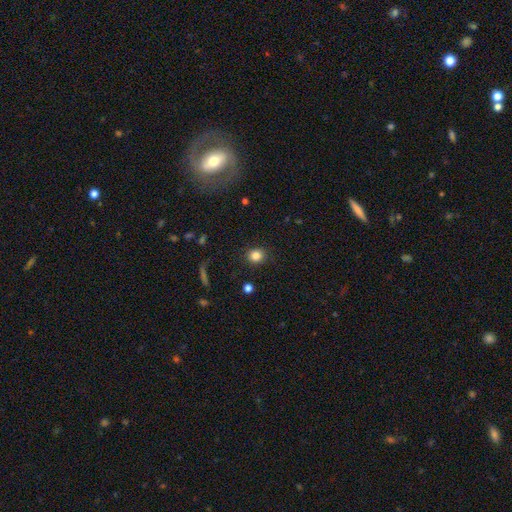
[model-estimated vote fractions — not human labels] This appears to be a smooth galaxy with no disk features (84%) that is round (85%). Merging: none (89%).